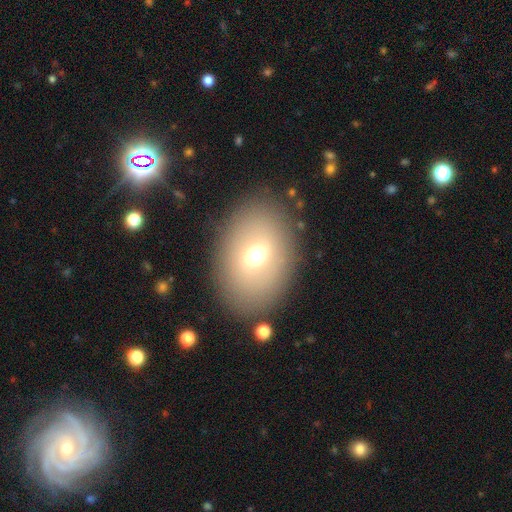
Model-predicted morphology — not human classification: A smooth galaxy with no disk features (61%) that is in between round and cigar-shaped (75%).

Vote fractions:
- Smooth or featured? smooth: 61% / featured or disk: 27% / star or artifact: 11%
- How rounded? in between: 75% / round: 23% / cigar-shaped: 1%
- Merging? none: 84% / minor disturbance: 9% / major disturbance: 5% / merger: 2%